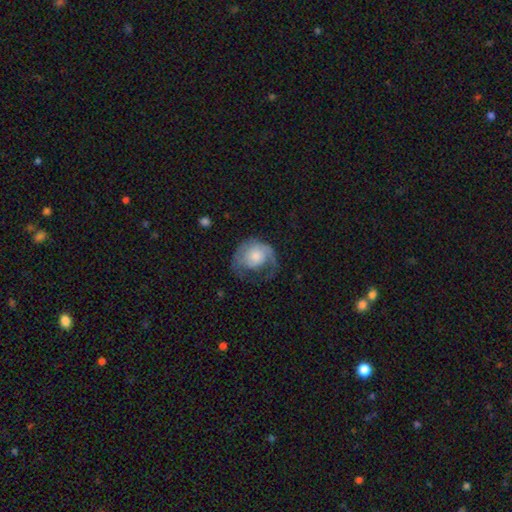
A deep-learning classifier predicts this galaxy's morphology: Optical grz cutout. It shows a featured or disk galaxy (59%) with no bar (76%), spiral arms (82%) and a moderate central bulge (39%). Merging: major disturbance (37%, tied with none).